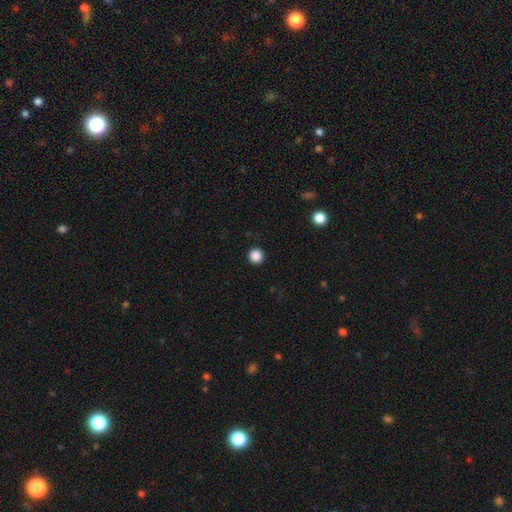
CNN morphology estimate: The model was most divided on "smooth or featured": smooth: 87%, star or artifact: 10%, featured or disk: 2%. More confident: how rounded — round (96%); merging — none (94%).